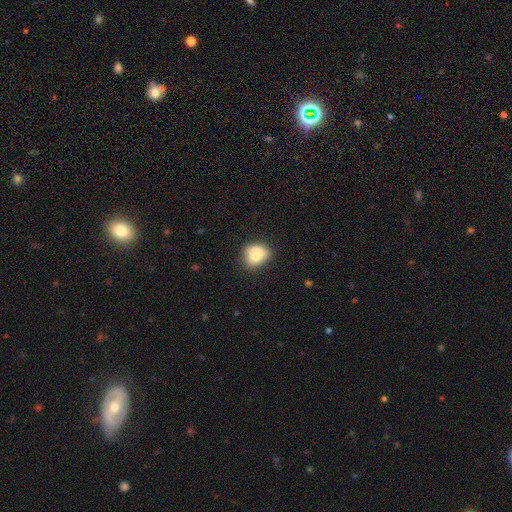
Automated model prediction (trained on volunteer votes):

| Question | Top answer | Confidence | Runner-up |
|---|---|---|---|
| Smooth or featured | smooth | 77% | featured or disk (14%) |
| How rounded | round | 59% | in between (40%) |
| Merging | none | 60% | minor disturbance (25%) |